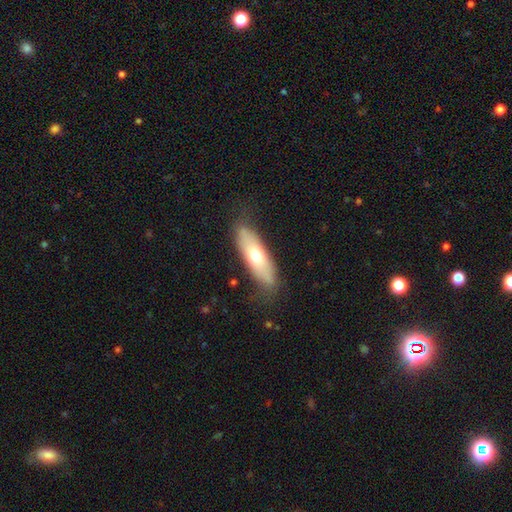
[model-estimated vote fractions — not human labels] Morphology: type=smooth (61%); roundness=in between (52%); merging=none (76%).